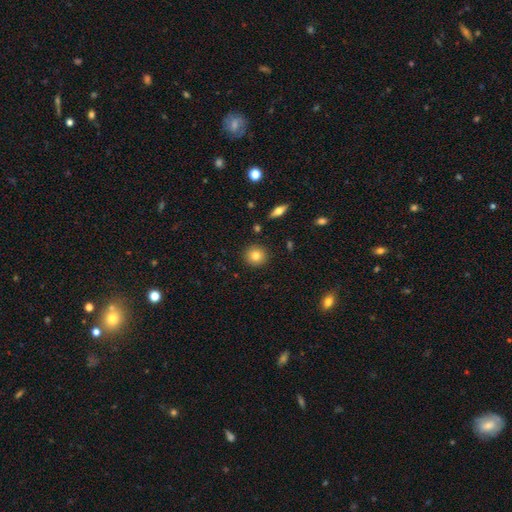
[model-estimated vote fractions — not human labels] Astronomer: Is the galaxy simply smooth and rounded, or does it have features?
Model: smooth — 80%.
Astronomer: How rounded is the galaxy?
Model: round — 91%.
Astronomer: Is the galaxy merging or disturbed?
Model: none — 90%.